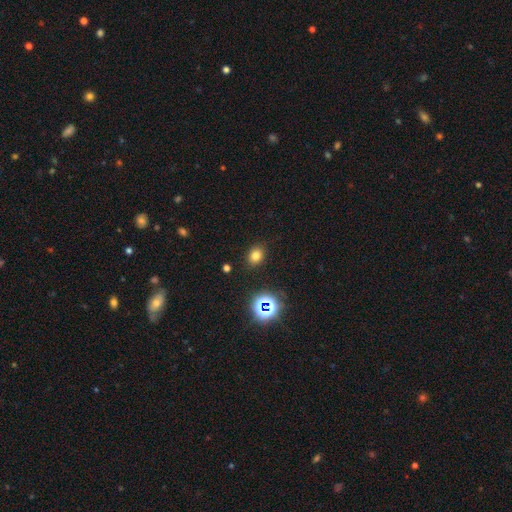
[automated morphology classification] This appears to be a smooth galaxy with no disk features (74%) that is round (50%). Merging: none (87%).